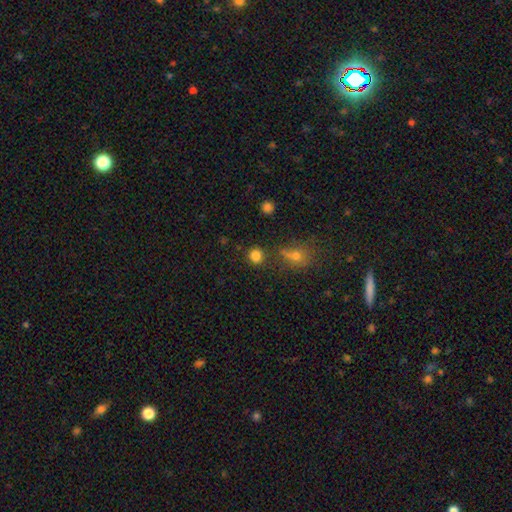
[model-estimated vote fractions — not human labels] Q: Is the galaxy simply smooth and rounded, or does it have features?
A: smooth — 82%.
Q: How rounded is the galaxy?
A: round — 88%.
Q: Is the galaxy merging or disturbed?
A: none — 82%.